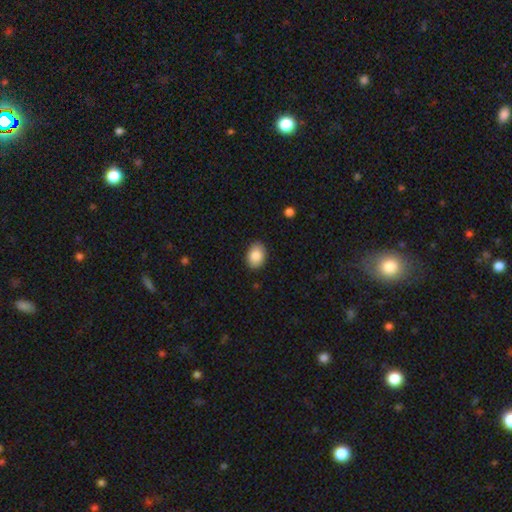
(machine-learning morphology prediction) A smooth galaxy with no disk features (87%) that is in between round and cigar-shaped (77%).

Vote fractions:
- Smooth or featured? smooth: 87% / star or artifact: 7% / featured or disk: 6%
- How rounded? in between: 77% / round: 22% / cigar-shaped: 1%
- Merging? none: 88% / minor disturbance: 9% / major disturbance: 2% / merger: 1%